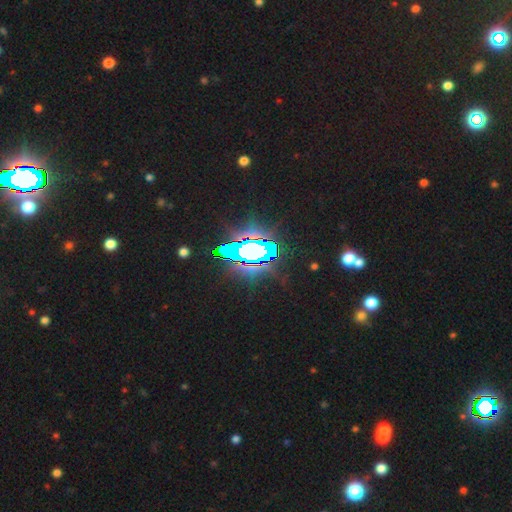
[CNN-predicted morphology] Smooth or featured?
  - star or artifact: 62% *
  - featured or disk: 22%
  - smooth: 16%